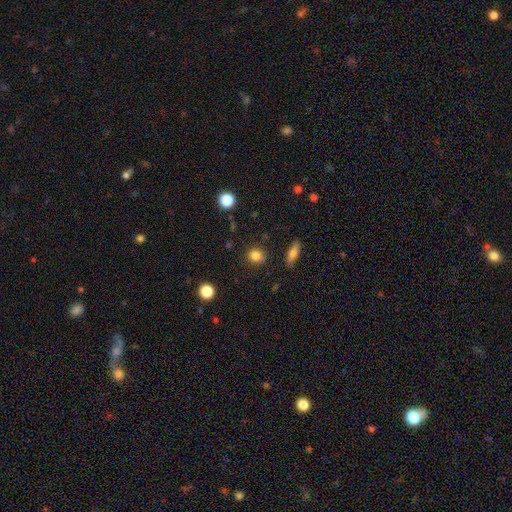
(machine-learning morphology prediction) Overall: smooth (84%). How rounded: round (81%). Merging: none (87%).